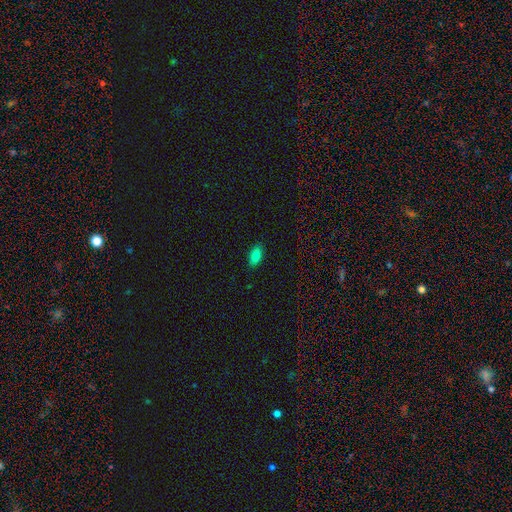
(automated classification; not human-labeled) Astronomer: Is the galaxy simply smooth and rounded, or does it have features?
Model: smooth — 82%.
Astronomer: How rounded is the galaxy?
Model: in between — 89%.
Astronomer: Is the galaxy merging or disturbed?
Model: none — 87%.